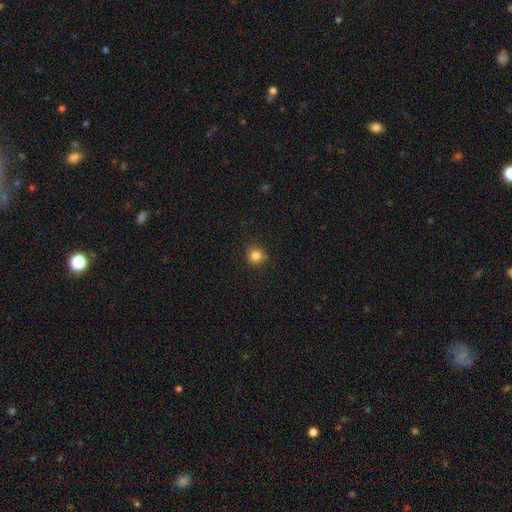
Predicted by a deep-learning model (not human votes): Smooth or featured?
  - smooth: 83% *
  - star or artifact: 12%
  - featured or disk: 5%
How rounded?
  - round: 91% *
  - in between: 8%
  - cigar-shaped: 1%
Merging?
  - none: 86% *
  - minor disturbance: 11%
  - major disturbance: 2%
  - merger: 1%